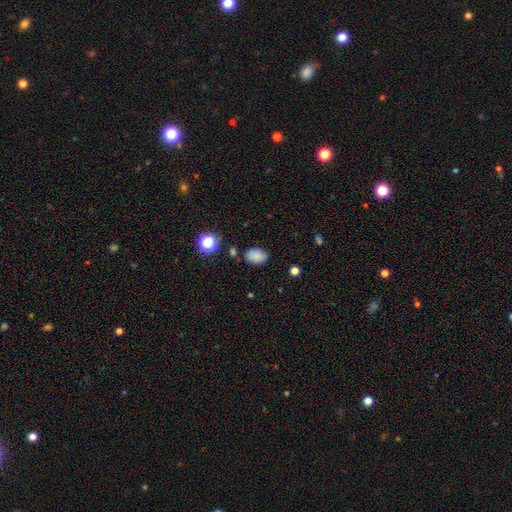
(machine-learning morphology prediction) A smooth galaxy with no disk features (82%) that is in between round and cigar-shaped (84%). Merging: none (80%).